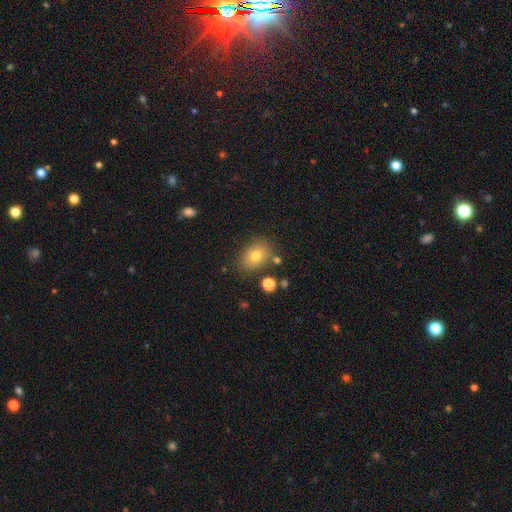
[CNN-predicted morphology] A smooth galaxy with no disk features (74%) that is in between round and cigar-shaped (69%). Merging: none (75%).